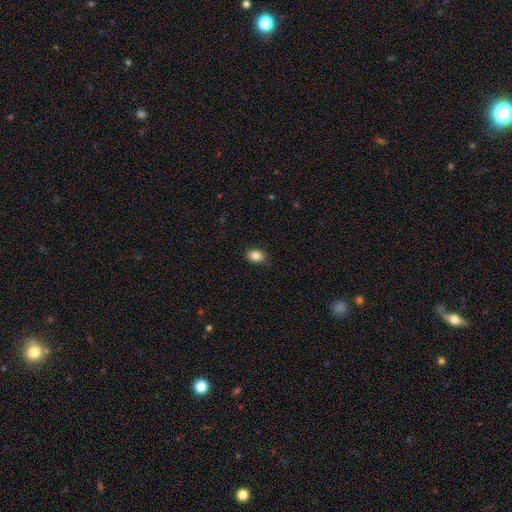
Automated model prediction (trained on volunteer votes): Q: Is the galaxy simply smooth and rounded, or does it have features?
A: smooth — 85%.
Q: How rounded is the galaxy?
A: in between — 72%.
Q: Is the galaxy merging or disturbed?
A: none — 87%.